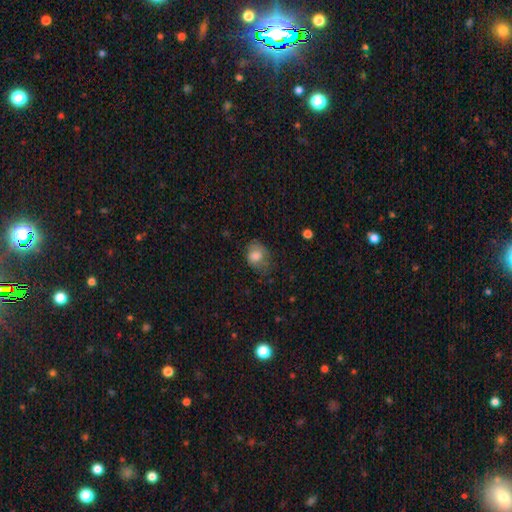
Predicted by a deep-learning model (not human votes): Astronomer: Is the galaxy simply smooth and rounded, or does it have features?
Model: smooth — 78%.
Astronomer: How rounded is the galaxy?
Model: in between — 57% (runner-up: round, 42%).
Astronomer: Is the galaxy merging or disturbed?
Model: none — 48% (runner-up: minor disturbance, 33%).